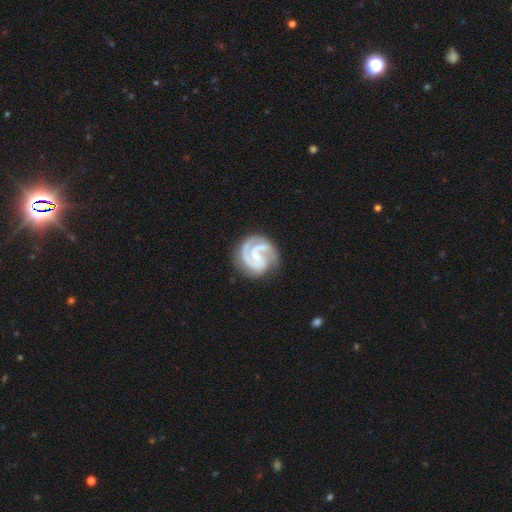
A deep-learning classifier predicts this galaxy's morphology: A featured or disk galaxy (90%) with a weak bar (45%), 2 (43%) tight (51%) spiral arms (98%) and a small central bulge (56%).

Vote fractions:
- Smooth or featured? featured or disk: 90% / smooth: 6% / star or artifact: 4%
- Edge-on disk? no: 99% / yes: 1%
- Bar? weak: 45% / no: 36% / strong: 20%
- Spiral arms? yes: 98% / no: 2%
- Spiral winding? tight: 51% / medium: 42% / loose: 7%
- Spiral arm count? 2: 43% / 3: 40% / can't tell: 6% / 1: 4% / 4: 4% / more than 4: 3%
- Bulge size? small: 56% / none: 28% / moderate: 14% / large: 2% / dominant: 1%
- Merging? none: 72% / minor disturbance: 17% / major disturbance: 9% / merger: 2%